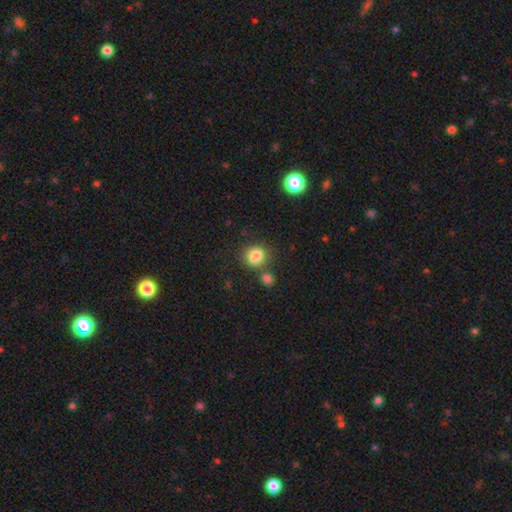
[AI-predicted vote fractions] smooth_or_featured: smooth (p=0.80) [alt: star or artifact p=0.11]
how_rounded: round (p=0.71) [alt: in between p=0.28]
merging: none (p=0.56) [alt: merger p=0.24]